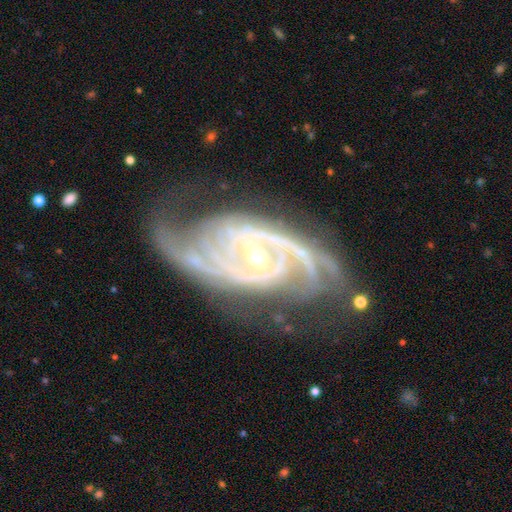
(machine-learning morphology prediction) Smooth or featured: featured or disk — 92% (star or artifact — 5%)
Edge-on disk: no — 96% (yes — 4%)
Bar: no — 42% (weak — 36%)
Spiral arms: yes — 98% (no — 2%)
Spiral winding: tight — 56% (medium — 37%)
Spiral arm count: 2 — 47% (3 — 22%)
Bulge size: small — 59% (moderate — 37%)
Merging: none — 65% (minor disturbance — 21%)